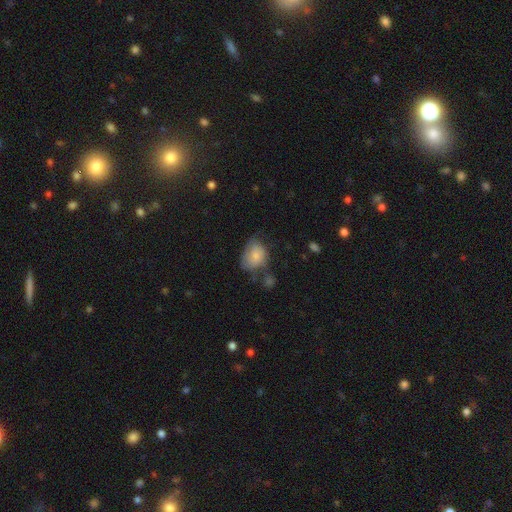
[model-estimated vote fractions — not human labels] smooth_or_featured: smooth (p=0.76) [alt: featured or disk p=0.16]
how_rounded: in between (p=0.61) [alt: round p=0.38]
merging: none (p=0.37) [alt: minor disturbance p=0.34]